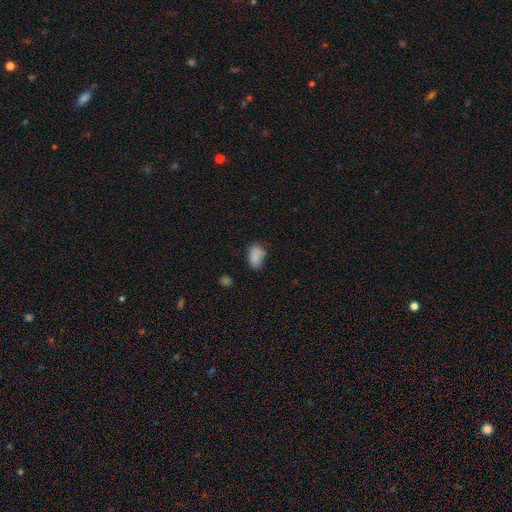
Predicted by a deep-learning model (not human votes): smooth 84%, star or artifact 9%, featured or disk 6%. Down the decision tree: how rounded — in between (88%); merging — none (61%).